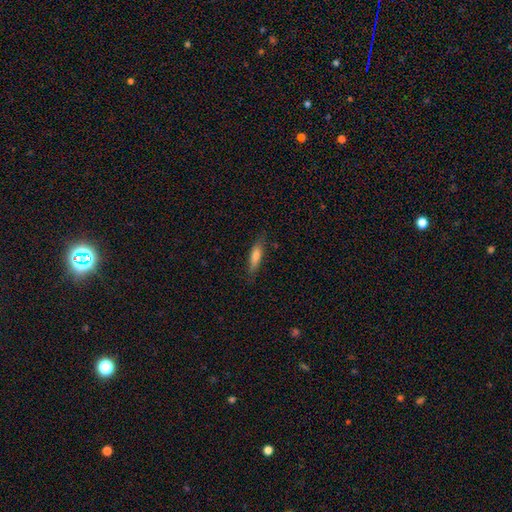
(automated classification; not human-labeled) Overall: smooth (72%). How rounded: cigar-shaped (69%). Merging: none (79%).